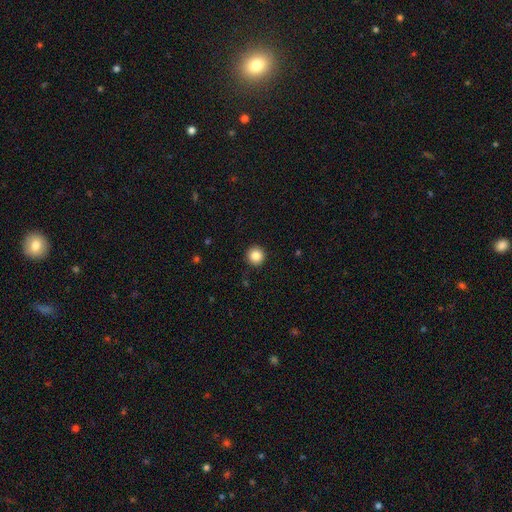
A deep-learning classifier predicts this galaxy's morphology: The model was most divided on "smooth or featured": smooth: 86%, star or artifact: 10%, featured or disk: 4%. More confident: how rounded — round (96%); merging — none (92%).